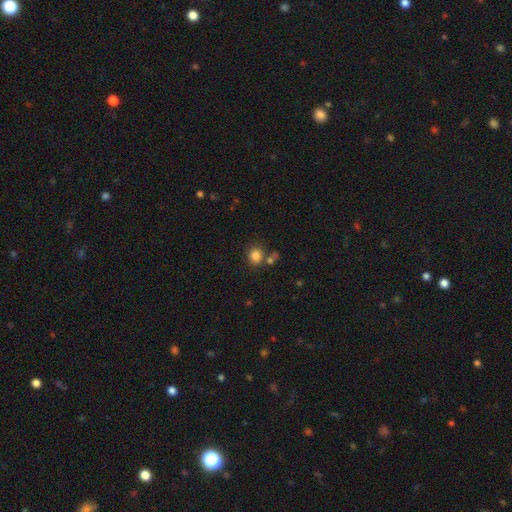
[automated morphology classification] This is clearly a smooth galaxy (83%). How rounded: clearly round (80%). Merging: likely none (71%).